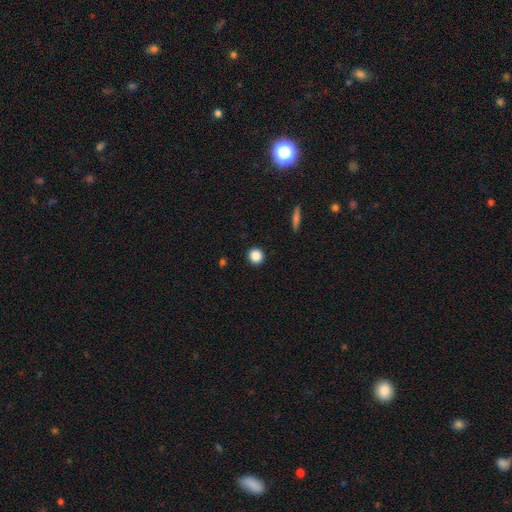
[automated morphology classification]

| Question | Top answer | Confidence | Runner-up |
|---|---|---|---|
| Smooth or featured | smooth | 87% | star or artifact (9%) |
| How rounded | round | 93% | in between (6%) |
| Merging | none | 92% | minor disturbance (5%) |